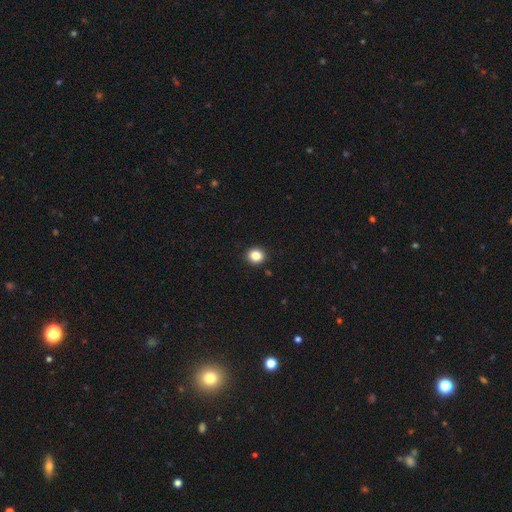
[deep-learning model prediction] Smooth or featured: smooth — 85% (star or artifact — 10%)
How rounded: round — 83% (in between — 16%)
Merging: none — 92% (minor disturbance — 5%)